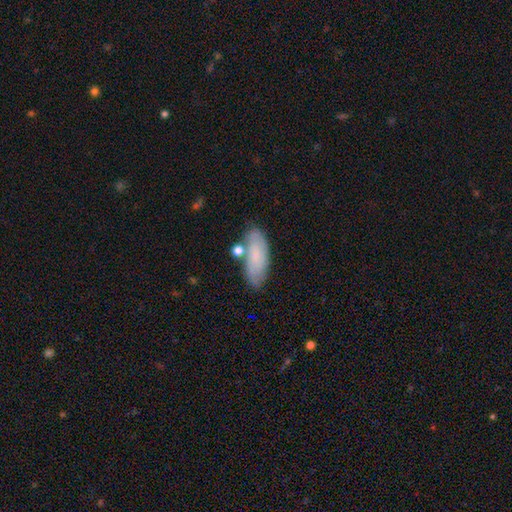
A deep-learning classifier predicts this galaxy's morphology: This is likely a smooth galaxy (69%). How rounded: likely in between (77%). Merging: likely none (68%).